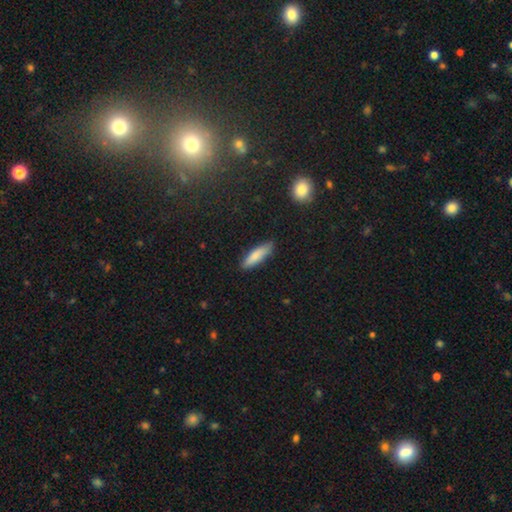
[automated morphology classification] Smooth or featured: smooth — 82% (featured or disk — 12%)
How rounded: cigar-shaped — 67% (in between — 31%)
Merging: none — 83% (minor disturbance — 13%)